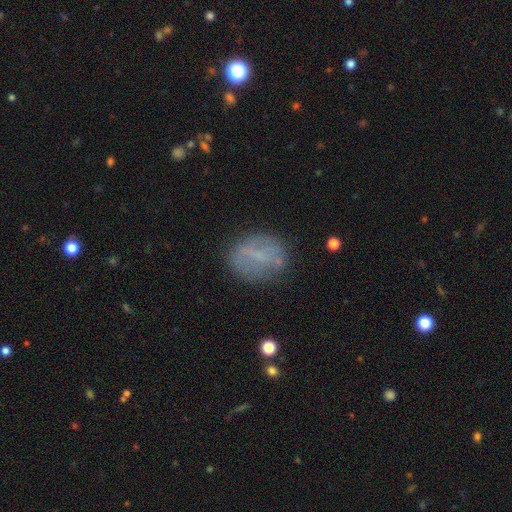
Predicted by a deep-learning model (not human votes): Smooth or featured? smooth (53%)
How rounded? in between (58%)
Merging? none (76%)